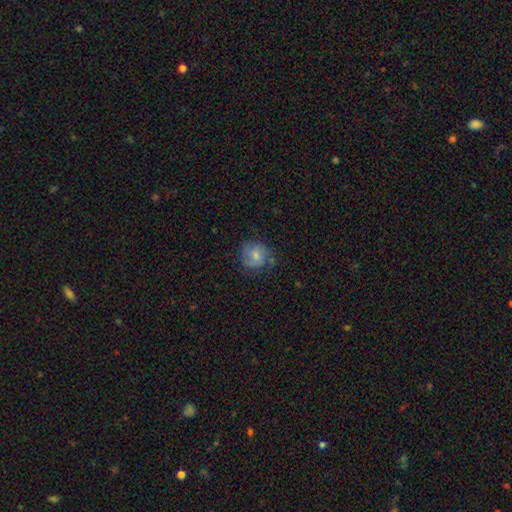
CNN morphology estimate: Q: Smooth or featured?
A: smooth (61%); runner-up: featured or disk (31%)
Q: How rounded?
A: round (79%); runner-up: in between (20%)
Q: Merging?
A: none (60%); runner-up: minor disturbance (27%)